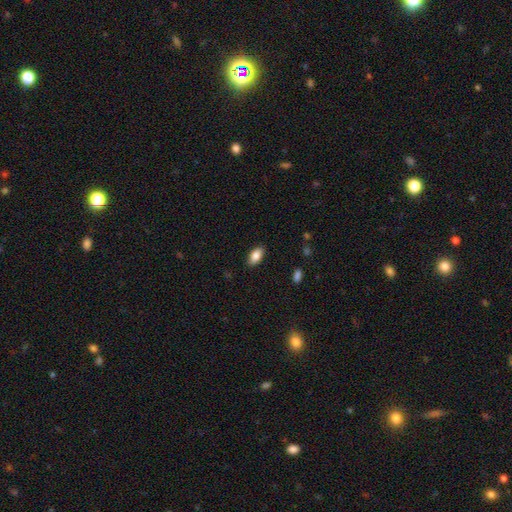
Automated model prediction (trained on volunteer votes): smooth-or-featured: smooth: 86% | featured or disk: 7% | star or artifact: 7%
  how-rounded: in between: 90% | cigar-shaped: 7% | round: 3%
  merging: none: 87% | minor disturbance: 9% | major disturbance: 2% | merger: 1%